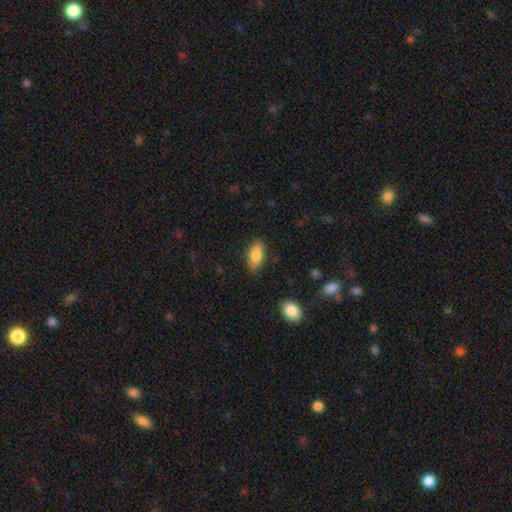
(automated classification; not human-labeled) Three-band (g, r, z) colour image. It shows a smooth galaxy with no disk features (85%) that is in between round and cigar-shaped (86%). Merging: none (84%).